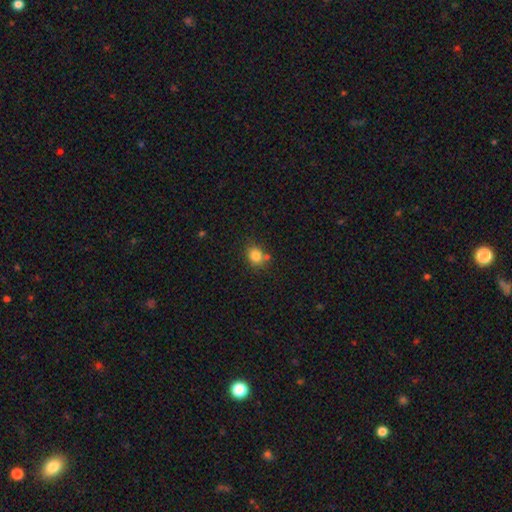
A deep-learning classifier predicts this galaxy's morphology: The model was most divided on "how rounded": round: 66%, in between: 33%, cigar-shaped: 1%. More confident: smooth or featured — smooth (82%); merging — none (64%).